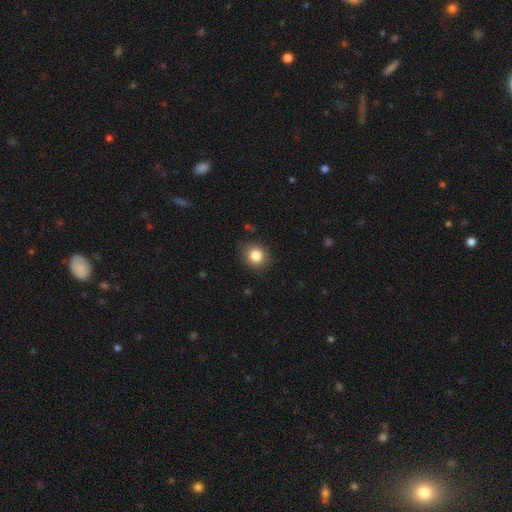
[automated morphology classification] This is clearly a smooth galaxy (84%). How rounded: likely round (76%). Merging: clearly none (85%).